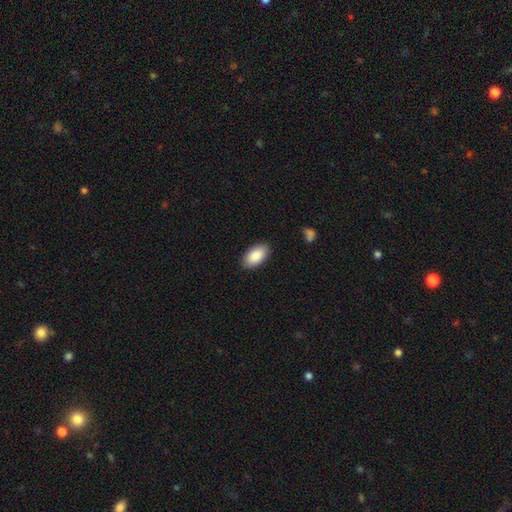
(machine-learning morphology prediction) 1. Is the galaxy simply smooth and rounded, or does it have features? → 90% smooth, 6% star or artifact, 4% featured or disk.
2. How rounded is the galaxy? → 95% in between, 3% round, 2% cigar-shaped.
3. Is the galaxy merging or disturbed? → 88% none, 9% minor disturbance, 2% major disturbance, 1% merger.